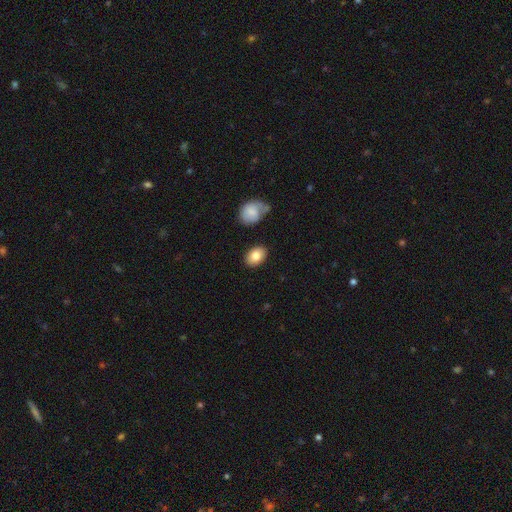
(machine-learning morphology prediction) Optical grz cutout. It shows a smooth galaxy with no disk features (82%) that is in between round and cigar-shaped (83%). Merging: none (84%).